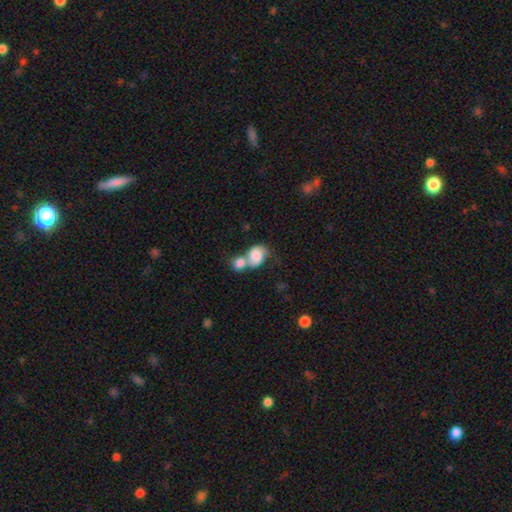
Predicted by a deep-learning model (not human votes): smooth 74%, featured or disk 19%, star or artifact 8%. Down the decision tree: how rounded — in between (50%); merging — merger (68%).